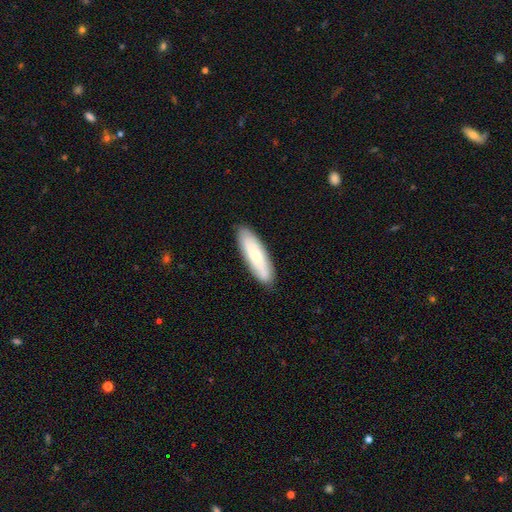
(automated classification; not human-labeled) Smooth or featured: smooth — 60% (featured or disk — 35%)
How rounded: cigar-shaped — 57% (in between — 41%)
Merging: none — 87% (minor disturbance — 10%)